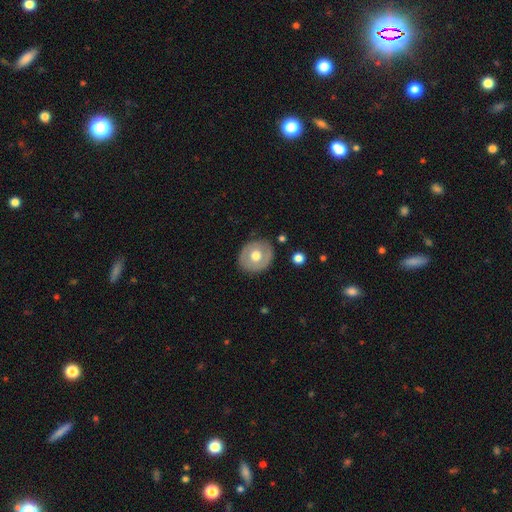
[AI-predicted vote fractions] smooth 53%, featured or disk 41%, star or artifact 6%. Down the decision tree: how rounded — round (70%); merging — none (85%).